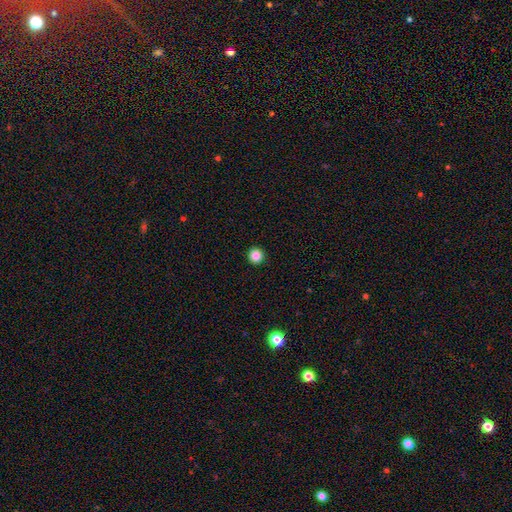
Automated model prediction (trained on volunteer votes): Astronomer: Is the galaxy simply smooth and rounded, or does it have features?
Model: smooth — 86%.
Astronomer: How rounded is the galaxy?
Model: round — 95%.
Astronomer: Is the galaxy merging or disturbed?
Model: none — 94%.